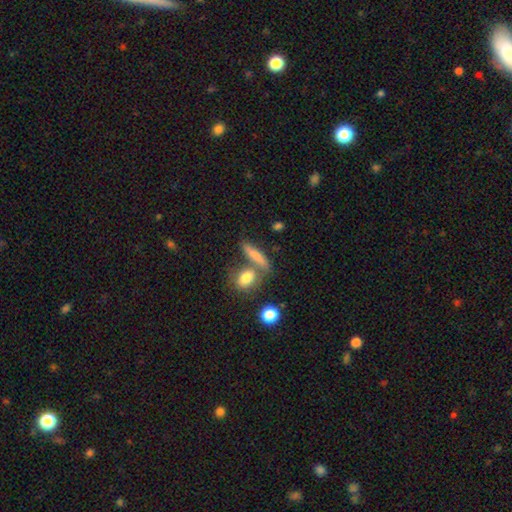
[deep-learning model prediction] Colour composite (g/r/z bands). It shows a smooth galaxy with no disk features (74%) that is cigar-shaped (61%). Merging: none (58%).